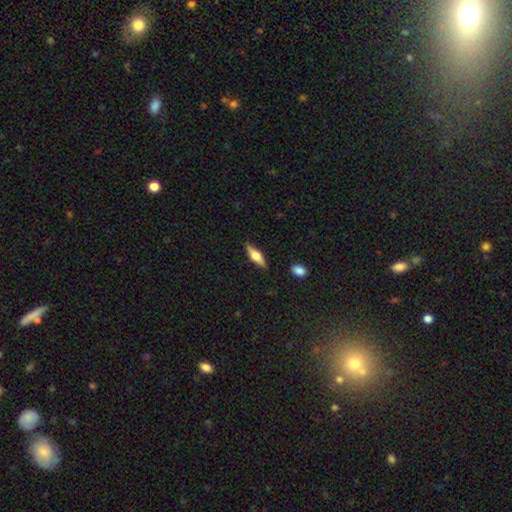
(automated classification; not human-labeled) smooth_or_featured: featured or disk (p=0.47) [alt: smooth p=0.46]
merging: none (p=0.87) [alt: minor disturbance p=0.10]